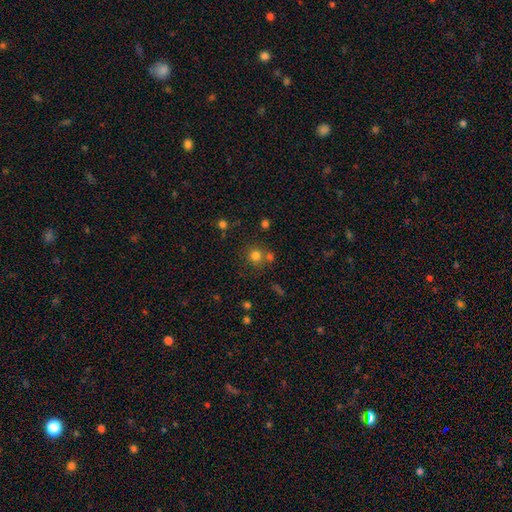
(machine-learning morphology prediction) type=smooth (77%); roundness=round (91%); merging=none (69%).